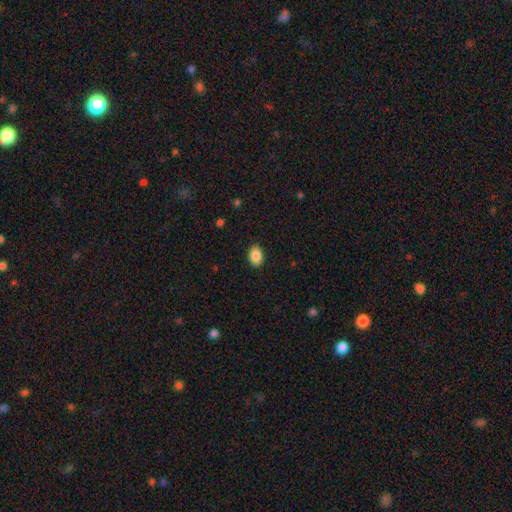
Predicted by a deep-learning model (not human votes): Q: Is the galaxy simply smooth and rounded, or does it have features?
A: smooth — 87%.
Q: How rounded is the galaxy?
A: in between — 83%.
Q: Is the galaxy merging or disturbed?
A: none — 88%.